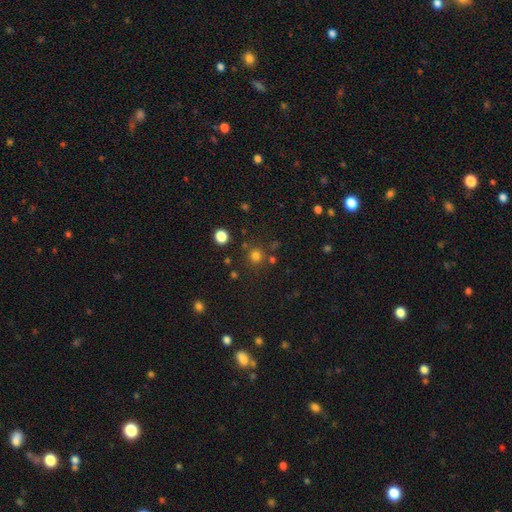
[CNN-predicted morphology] Smooth or featured: smooth — 75% (star or artifact — 19%)
How rounded: round — 90% (in between — 9%)
Merging: none — 79% (minor disturbance — 9%)